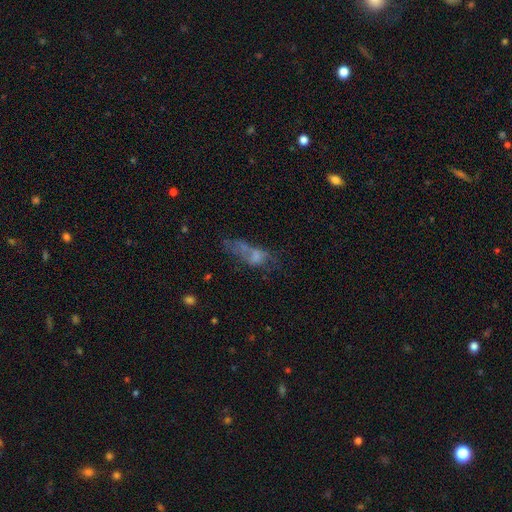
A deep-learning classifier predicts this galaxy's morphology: type=smooth (42%); merging=major disturbance (32%).